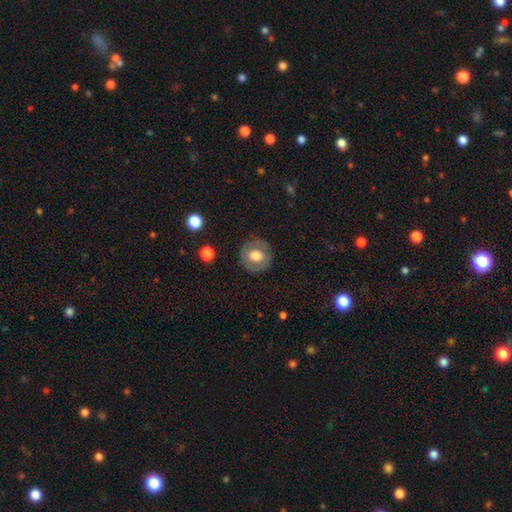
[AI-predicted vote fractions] smooth-or-featured: smooth: 59% | featured or disk: 33% | star or artifact: 8%
  how-rounded: round: 85% | in between: 14% | cigar-shaped: 1%
  merging: none: 84% | minor disturbance: 11% | major disturbance: 4% | merger: 1%